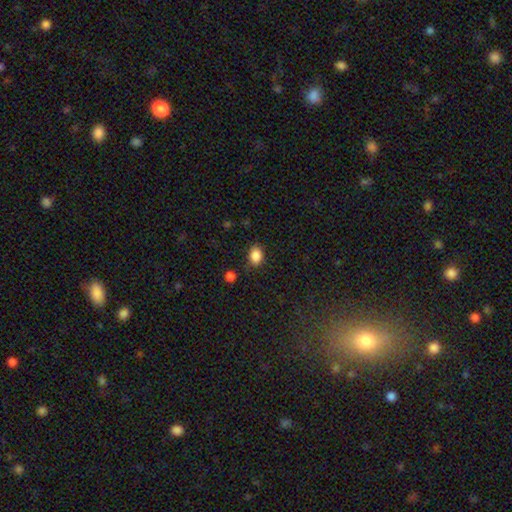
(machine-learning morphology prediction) This is clearly a smooth galaxy (87%). How rounded: likely in between (70%). Merging: likely none (77%).